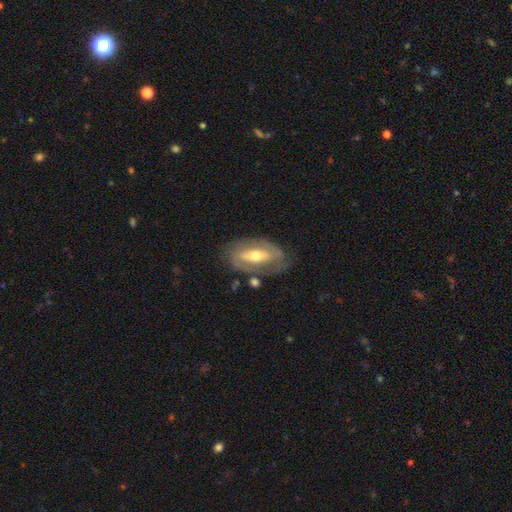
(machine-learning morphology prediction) The model was most divided on "bar": strong: 45%, no: 28%, weak: 27%. More confident: edge-on disk — no (89%); smooth or featured — featured or disk (73%); merging — none (70%); spiral arms — yes (67%); bulge size — moderate (61%).